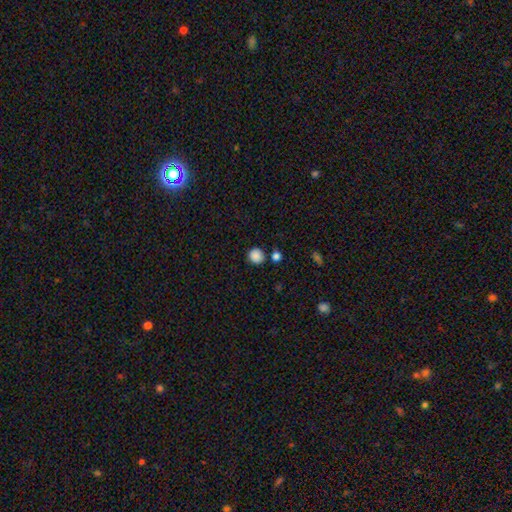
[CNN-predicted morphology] This is clearly a smooth galaxy (87%). How rounded: clearly round (90%). Merging: clearly none (80%).